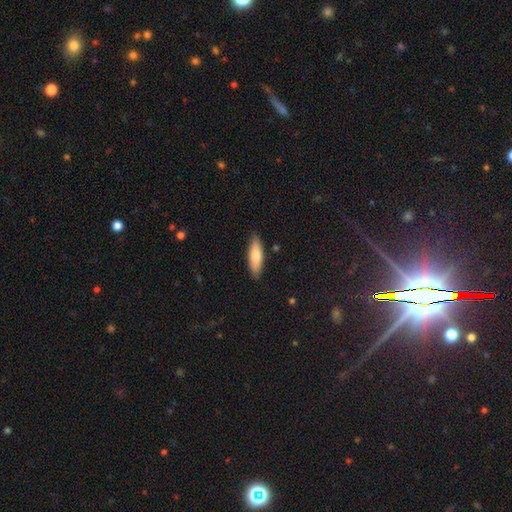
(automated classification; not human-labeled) Overall: smooth (74%). How rounded: cigar-shaped (52%; in between 47%). Merging: none (88%).